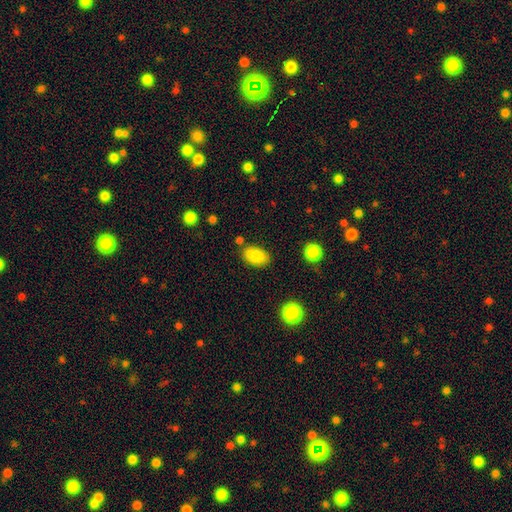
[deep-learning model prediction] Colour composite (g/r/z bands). It shows a smooth galaxy with no disk features (87%) that is in between round and cigar-shaped (91%). Merging: none (79%).